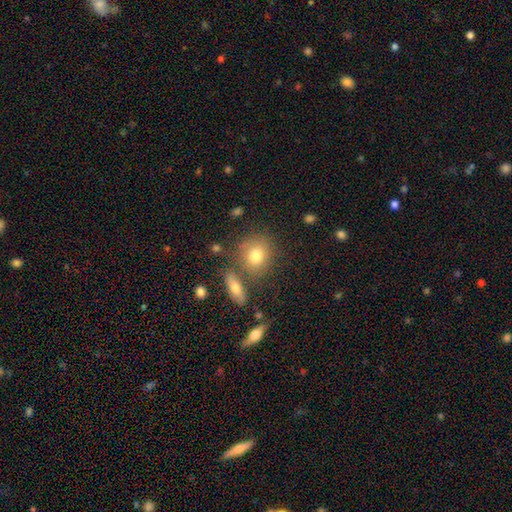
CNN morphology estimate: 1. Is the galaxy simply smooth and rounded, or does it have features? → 76% smooth, 14% featured or disk, 11% star or artifact.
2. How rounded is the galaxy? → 69% round, 29% in between, 2% cigar-shaped.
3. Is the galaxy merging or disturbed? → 69% none, 14% merger, 13% minor disturbance, 4% major disturbance.